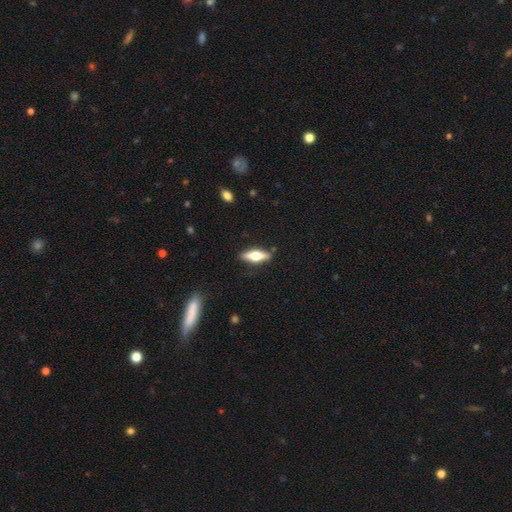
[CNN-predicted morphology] A featured or disk galaxy (57%) viewed edge-on (93%) with a rounded central bulge (95%). Merging: none (87%).